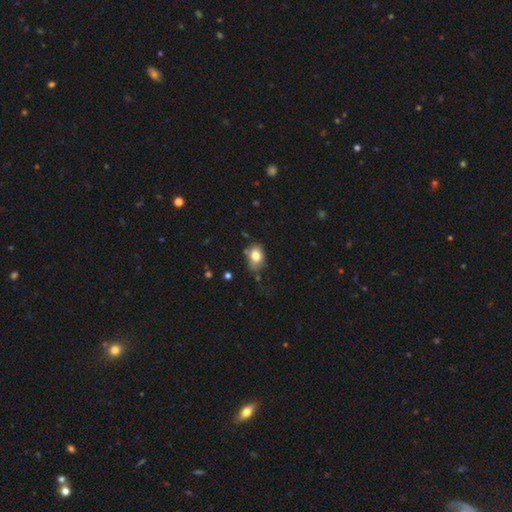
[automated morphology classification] smooth-or-featured: smooth: 79% | featured or disk: 11% | star or artifact: 9%
  how-rounded: in between: 66% | round: 33% | cigar-shaped: 1%
  merging: none: 64% | minor disturbance: 25% | major disturbance: 6% | merger: 5%